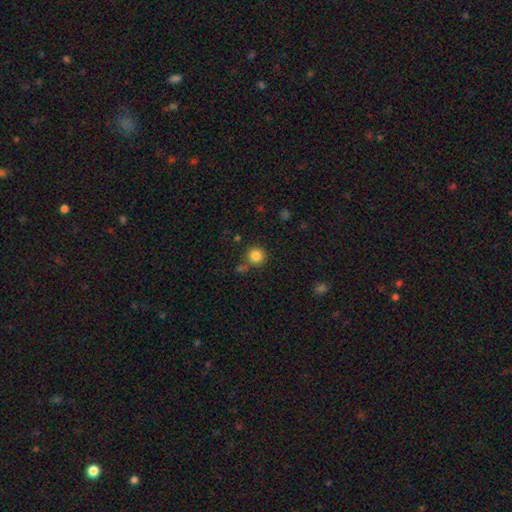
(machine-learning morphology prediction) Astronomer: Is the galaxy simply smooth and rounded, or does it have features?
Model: smooth — 85%.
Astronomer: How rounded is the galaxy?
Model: round — 94%.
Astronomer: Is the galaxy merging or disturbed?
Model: none — 78%.